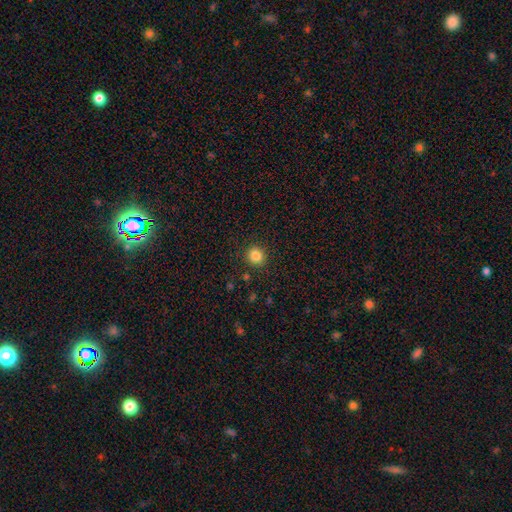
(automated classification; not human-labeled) Smooth or featured? smooth (85%)
How rounded? round (89%)
Merging? none (91%)